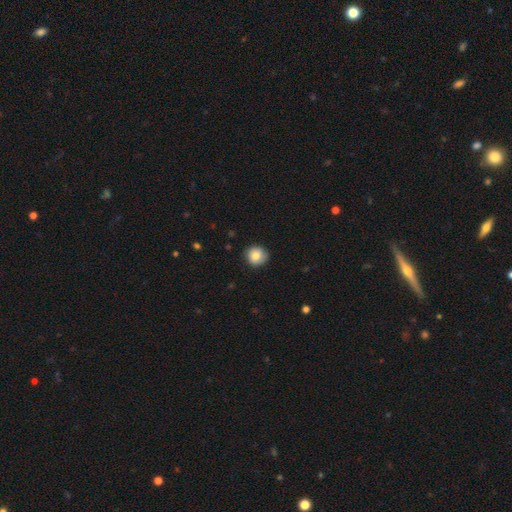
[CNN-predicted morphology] This appears to be a smooth galaxy with no disk features (83%) that is round (91%). Merging: none (85%).